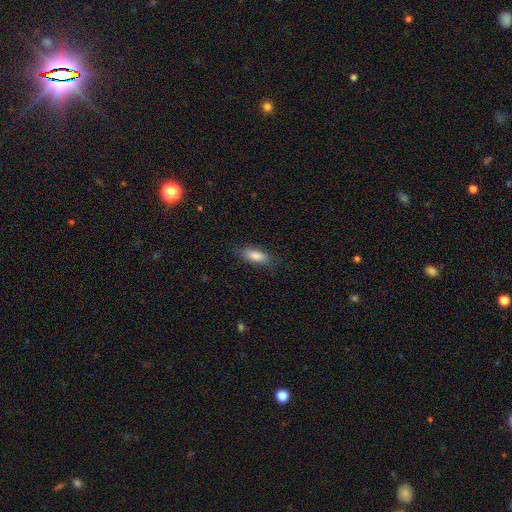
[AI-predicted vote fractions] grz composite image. It shows a smooth galaxy with no disk features (83%) that is in between round and cigar-shaped (71%). Merging: none (80%).